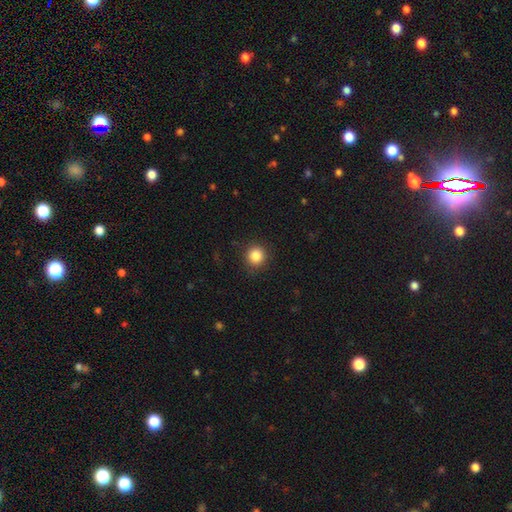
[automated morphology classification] Smooth or featured: smooth — 85% (star or artifact — 10%)
How rounded: round — 92% (in between — 7%)
Merging: none — 89% (minor disturbance — 7%)